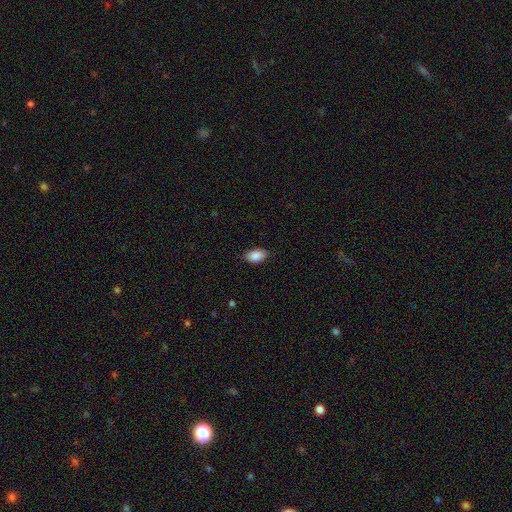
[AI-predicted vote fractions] A smooth galaxy with no disk features (88%) that is in between round and cigar-shaped (92%).

Vote fractions:
- Smooth or featured? smooth: 88% / star or artifact: 7% / featured or disk: 5%
- How rounded? in between: 92% / round: 5% / cigar-shaped: 2%
- Merging? none: 84% / minor disturbance: 13% / major disturbance: 3% / merger: 1%